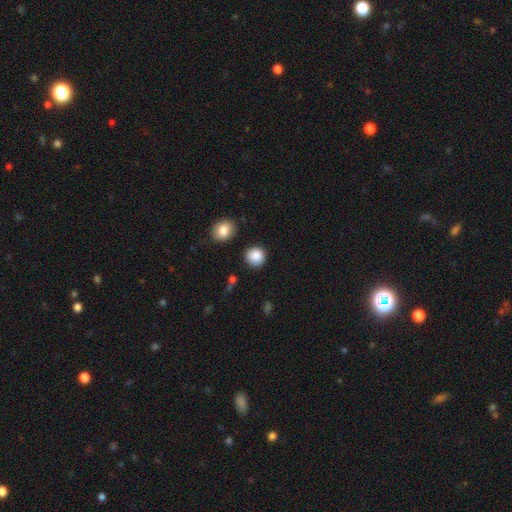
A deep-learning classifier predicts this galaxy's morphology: Smooth or featured? smooth (87%)
How rounded? round (91%)
Merging? none (87%)